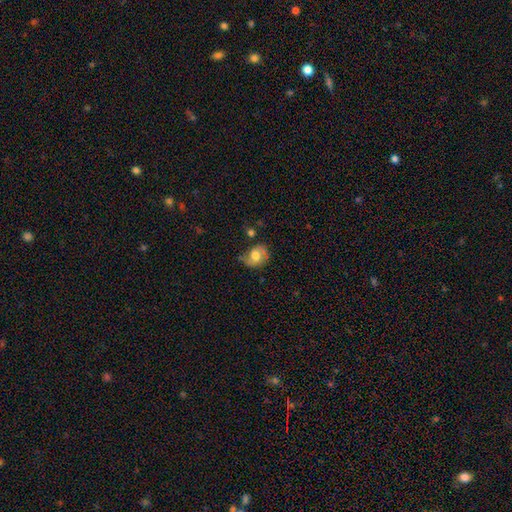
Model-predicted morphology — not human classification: Overall: smooth (61%; featured or disk 31%). How rounded: in between (57%; round 42%). Merging: none (51%; minor disturbance 32%).